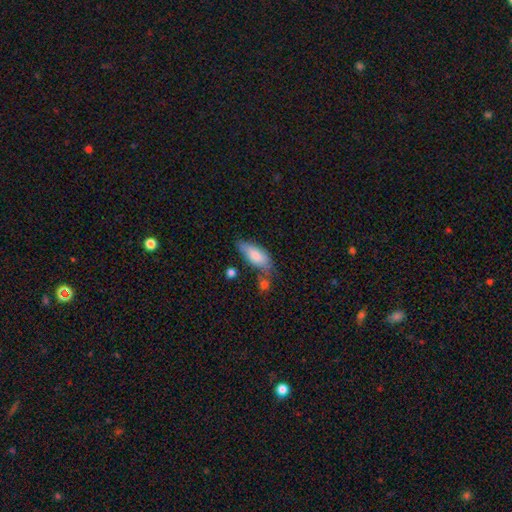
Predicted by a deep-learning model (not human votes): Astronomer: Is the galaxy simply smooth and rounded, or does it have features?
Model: smooth — 78%.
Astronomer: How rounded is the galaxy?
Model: in between — 79%.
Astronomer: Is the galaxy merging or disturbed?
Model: none — 53%.